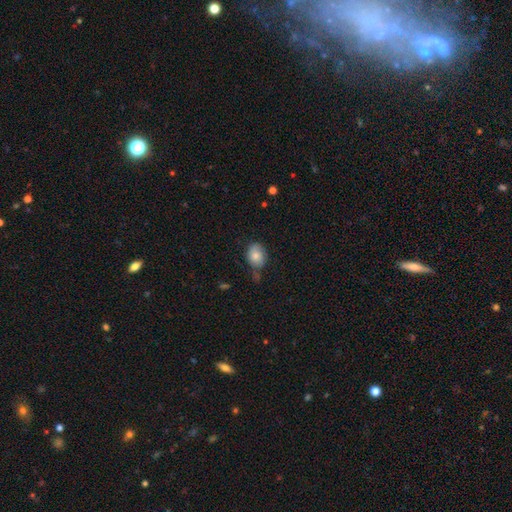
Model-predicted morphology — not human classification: A smooth galaxy with no disk features (76%) that is in between round and cigar-shaped (62%). Merging: none (56%).